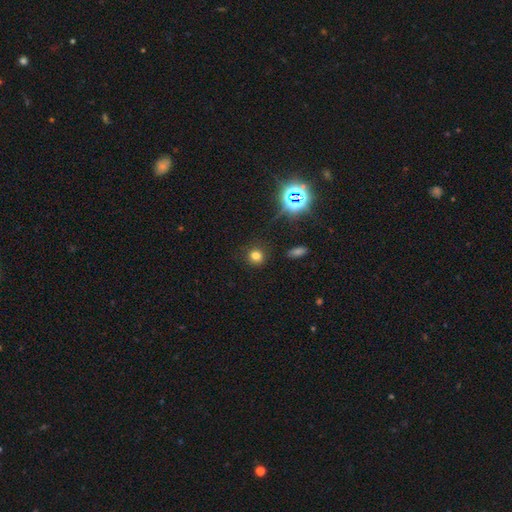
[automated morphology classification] type=smooth (73%); roundness=round (84%); merging=none (87%).